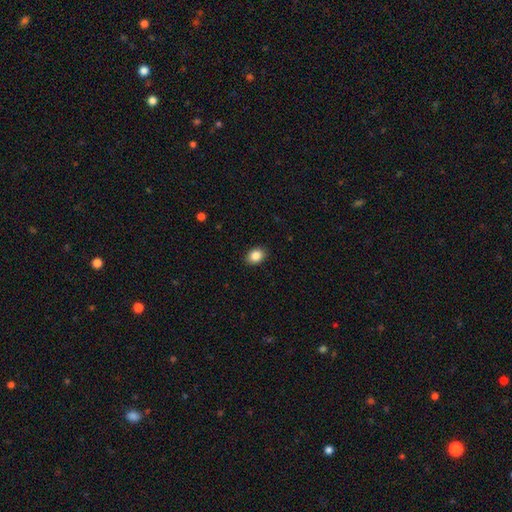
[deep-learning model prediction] This is clearly a smooth galaxy (87%). How rounded: likely in between (62%). Merging: clearly none (90%).